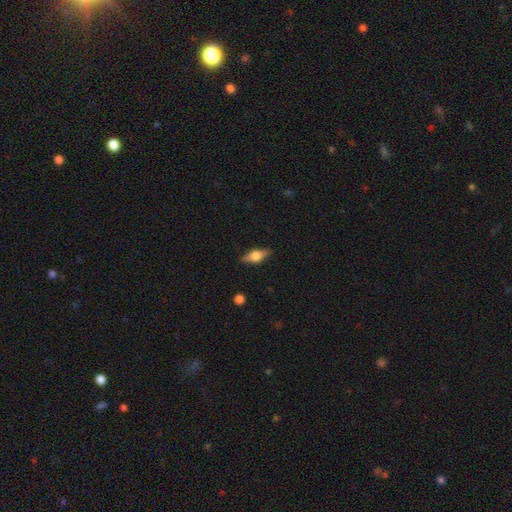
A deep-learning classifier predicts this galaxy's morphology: Overall: featured or disk (56%; smooth 37%). Edge-on disk: yes (93%). Edge-on bulge: rounded (91%). Merging: none (85%).